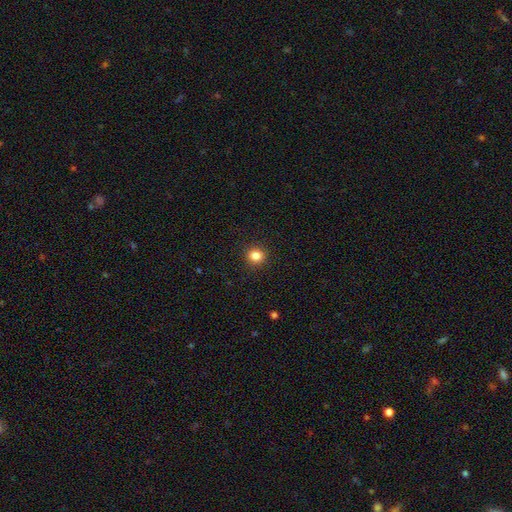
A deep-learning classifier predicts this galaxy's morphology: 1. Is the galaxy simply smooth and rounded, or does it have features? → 84% smooth, 12% star or artifact, 5% featured or disk.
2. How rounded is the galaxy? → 86% round, 13% in between, 1% cigar-shaped.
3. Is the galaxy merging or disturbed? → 91% none, 6% minor disturbance, 2% major disturbance, 1% merger.